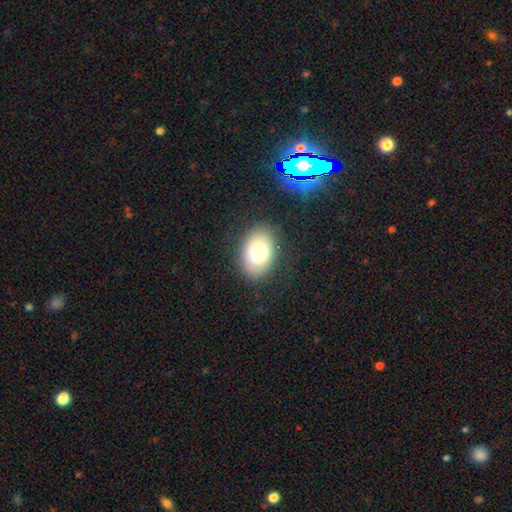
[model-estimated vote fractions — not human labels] A smooth galaxy with no disk features (79%) that is in between round and cigar-shaped (81%).

Vote fractions:
- Smooth or featured? smooth: 79% / featured or disk: 12% / star or artifact: 9%
- How rounded? in between: 81% / round: 18% / cigar-shaped: 1%
- Merging? none: 84% / minor disturbance: 11% / major disturbance: 4% / merger: 1%